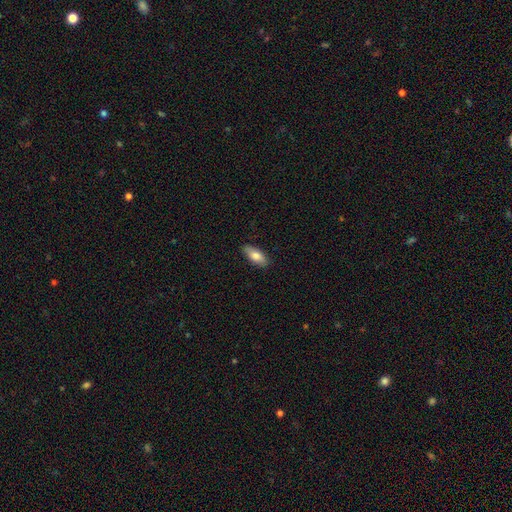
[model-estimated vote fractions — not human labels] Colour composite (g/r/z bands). It shows a smooth galaxy with no disk features (79%) that is in between round and cigar-shaped (83%). Merging: none (88%).